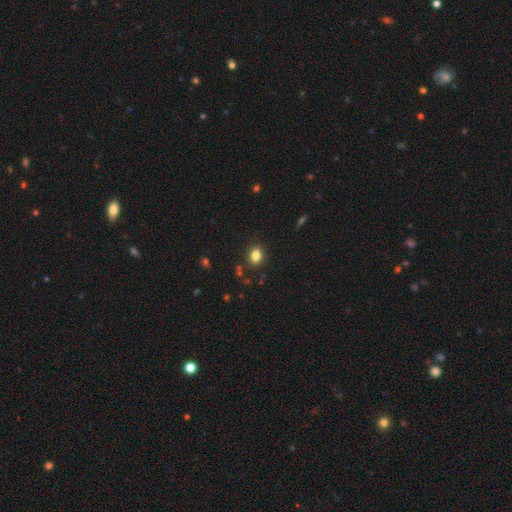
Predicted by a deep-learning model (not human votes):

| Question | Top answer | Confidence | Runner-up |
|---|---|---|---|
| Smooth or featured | smooth | 82% | star or artifact (11%) |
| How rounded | in between | 56% | round (42%) |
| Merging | none | 85% | minor disturbance (10%) |